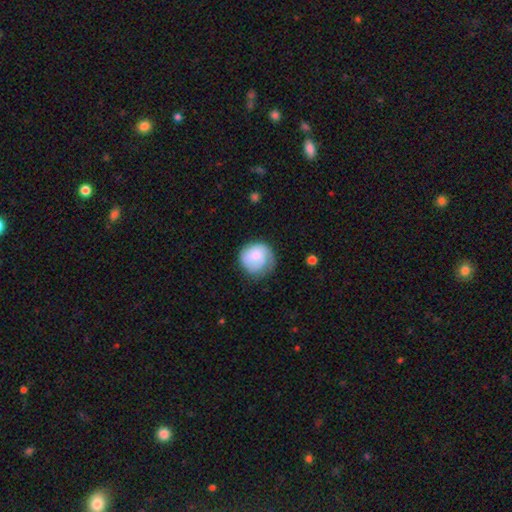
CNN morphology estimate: This appears to be a smooth galaxy with no disk features (64%) that is round (87%). Merging: none (57%).